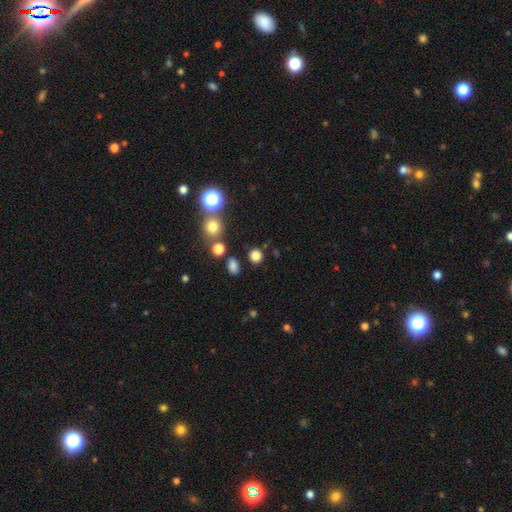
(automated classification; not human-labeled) smooth_or_featured: smooth (p=0.79) [alt: star or artifact p=0.16]
how_rounded: round (p=0.80) [alt: in between p=0.19]
merging: none (p=0.83) [alt: minor disturbance p=0.09]